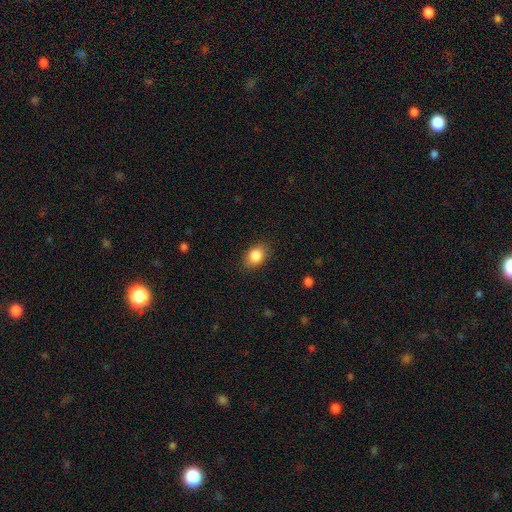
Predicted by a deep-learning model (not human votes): Overall: smooth (85%). How rounded: in between (80%). Merging: none (86%).